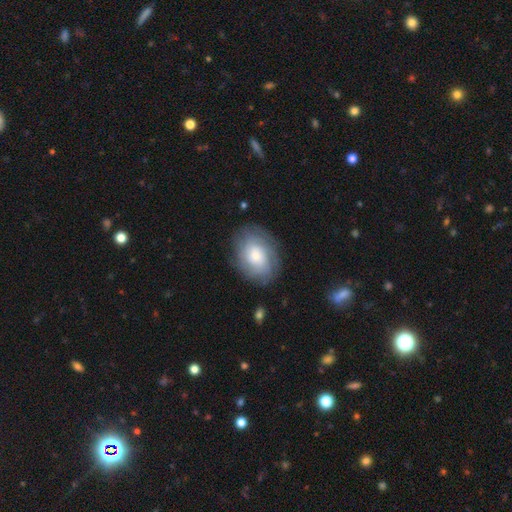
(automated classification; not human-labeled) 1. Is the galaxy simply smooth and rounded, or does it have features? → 50% featured or disk, 43% smooth, 8% star or artifact.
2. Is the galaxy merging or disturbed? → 78% none, 15% minor disturbance, 6% major disturbance, 1% merger.